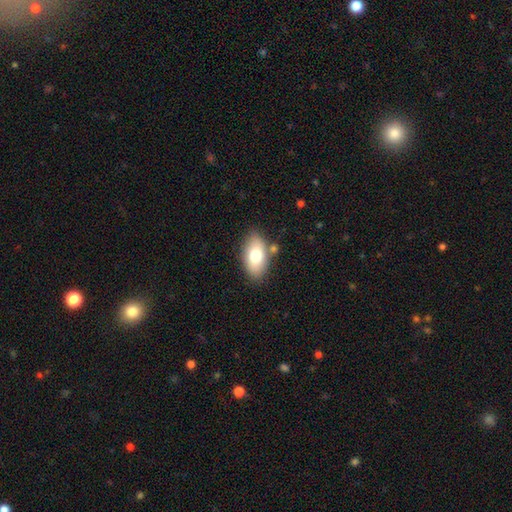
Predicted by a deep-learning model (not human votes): A smooth galaxy with no disk features (74%) that is in between round and cigar-shaped (92%). Merging: none (77%).